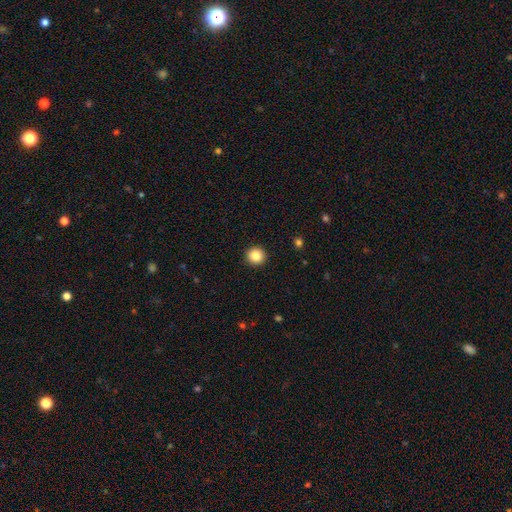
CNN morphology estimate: A smooth galaxy with no disk features (86%) that is round (95%).

Vote fractions:
- Smooth or featured? smooth: 86% / star or artifact: 10% / featured or disk: 4%
- How rounded? round: 95% / in between: 4% / cigar-shaped: 1%
- Merging? none: 93% / minor disturbance: 4% / major disturbance: 2% / merger: 1%